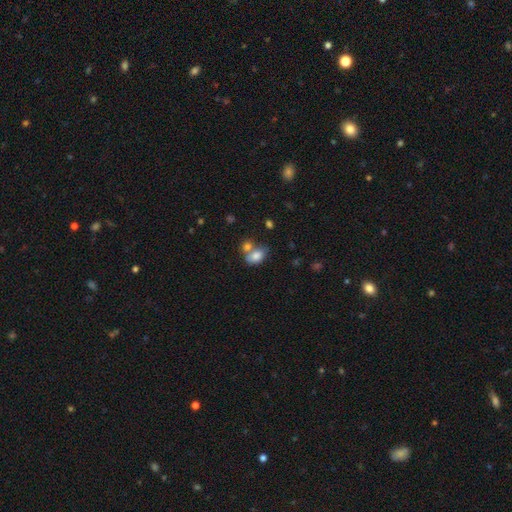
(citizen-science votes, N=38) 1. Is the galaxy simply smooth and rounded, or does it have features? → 87% smooth, 11% featured or disk, 3% star or artifact.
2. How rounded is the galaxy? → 91% in between, 9% round, 0% cigar-shaped.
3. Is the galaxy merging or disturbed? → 57% none, 24% merger, 16% minor disturbance, 3% major disturbance.